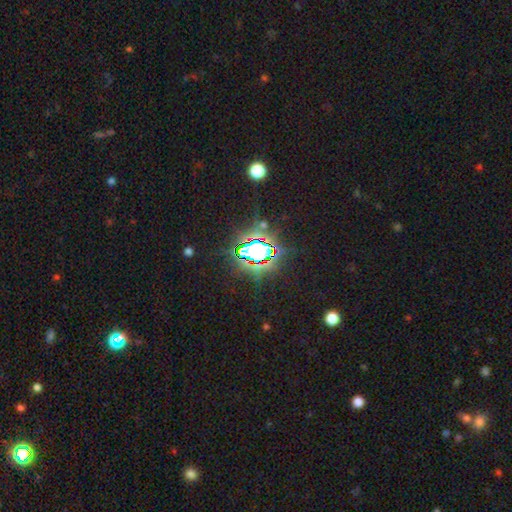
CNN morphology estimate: The model was most divided on "smooth or featured": star or artifact: 83%, smooth: 10%, featured or disk: 7%.